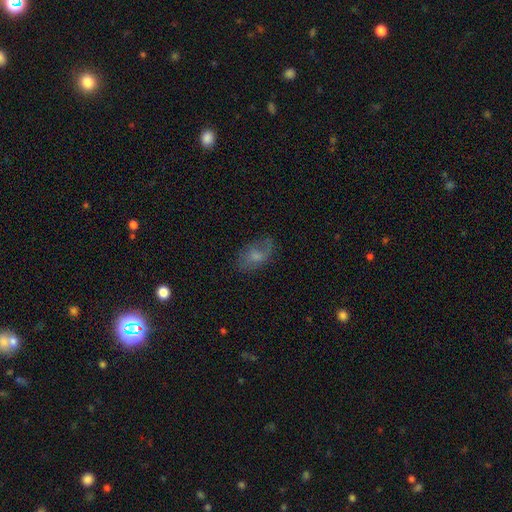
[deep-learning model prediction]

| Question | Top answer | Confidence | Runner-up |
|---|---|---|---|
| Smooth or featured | smooth | 58% | featured or disk (32%) |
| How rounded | in between | 88% | round (10%) |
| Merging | none | 66% | minor disturbance (23%) |